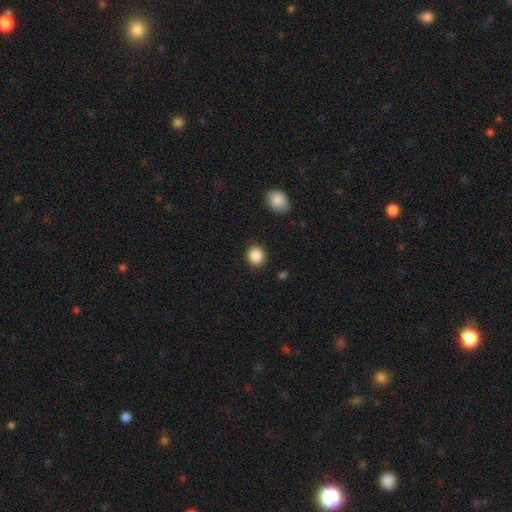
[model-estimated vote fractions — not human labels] Morphology: type=smooth (89%); roundness=round (71%); merging=none (88%).